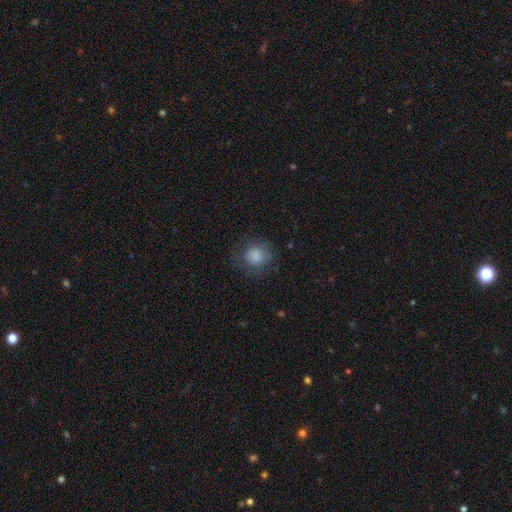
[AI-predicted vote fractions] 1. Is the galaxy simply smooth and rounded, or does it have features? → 82% smooth, 9% star or artifact, 9% featured or disk.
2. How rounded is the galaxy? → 84% round, 15% in between, 1% cigar-shaped.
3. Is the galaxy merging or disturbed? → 74% none, 16% minor disturbance, 9% major disturbance, 1% merger.